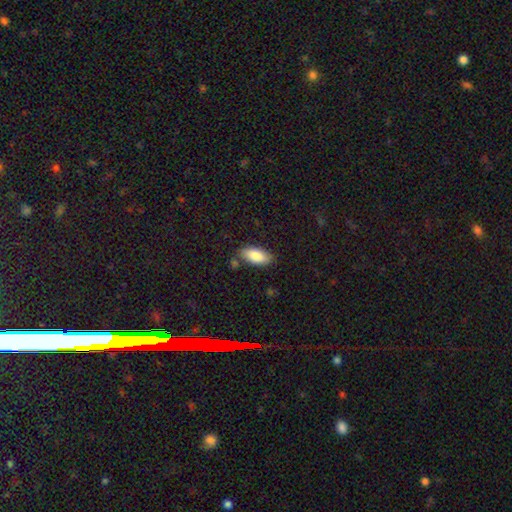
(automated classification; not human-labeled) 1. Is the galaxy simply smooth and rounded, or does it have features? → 86% smooth, 7% featured or disk, 6% star or artifact.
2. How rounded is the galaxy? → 90% in between, 8% cigar-shaped, 2% round.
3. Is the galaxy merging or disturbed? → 79% none, 13% minor disturbance, 5% merger, 3% major disturbance.